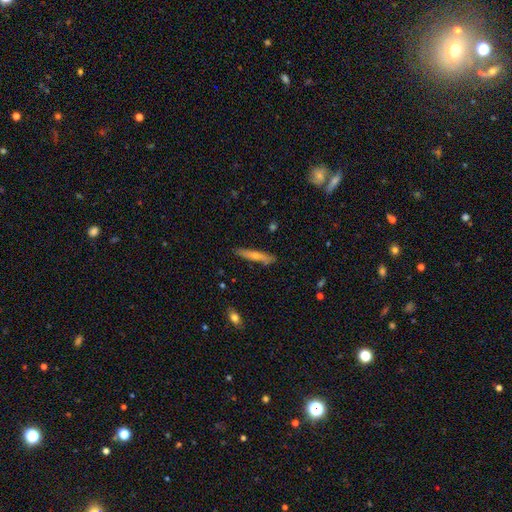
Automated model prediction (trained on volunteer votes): Q: Smooth or featured?
A: smooth (58%); runner-up: featured or disk (36%)
Q: How rounded?
A: cigar-shaped (87%); runner-up: in between (11%)
Q: Merging?
A: none (82%); runner-up: minor disturbance (13%)